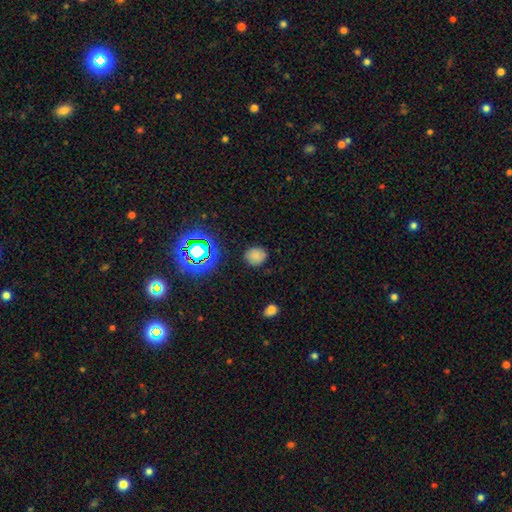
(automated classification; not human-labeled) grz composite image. It shows a smooth galaxy with no disk features (74%) that is round (77%). Merging: none (83%).